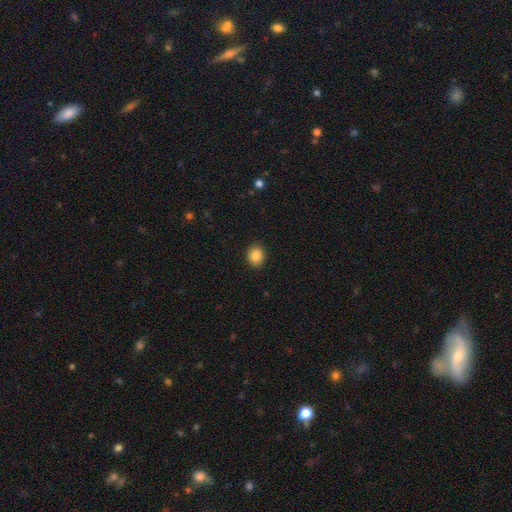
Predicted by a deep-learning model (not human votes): This is clearly a smooth galaxy (87%). How rounded: likely round (71%). Merging: clearly none (90%).